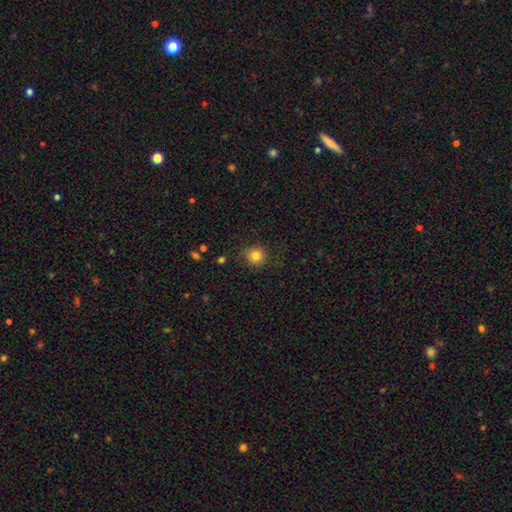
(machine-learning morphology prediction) Smooth or featured?
  - smooth: 81% *
  - star or artifact: 12%
  - featured or disk: 6%
How rounded?
  - round: 90% *
  - in between: 9%
  - cigar-shaped: 1%
Merging?
  - none: 81% *
  - minor disturbance: 14%
  - major disturbance: 4%
  - merger: 1%